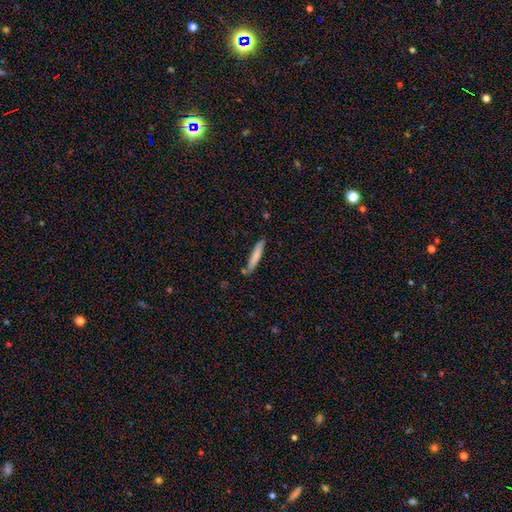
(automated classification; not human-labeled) This is likely a smooth galaxy (77%). How rounded: clearly cigar-shaped (90%). Merging: likely none (78%).